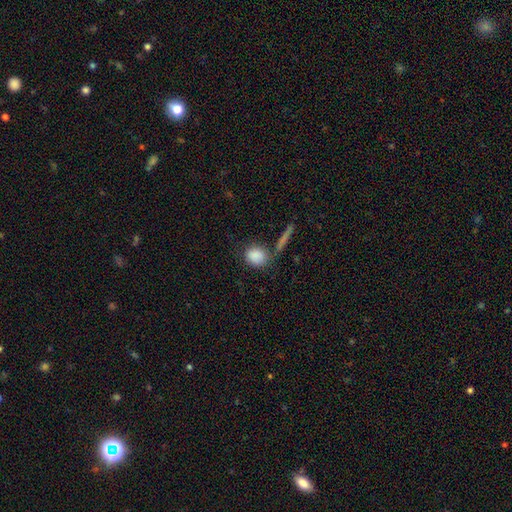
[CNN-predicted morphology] Smooth or featured?
  - smooth: 86% *
  - star or artifact: 8%
  - featured or disk: 6%
How rounded?
  - round: 59% *
  - in between: 37%
  - cigar-shaped: 3%
Merging?
  - none: 68% *
  - minor disturbance: 14%
  - merger: 12%
  - major disturbance: 6%